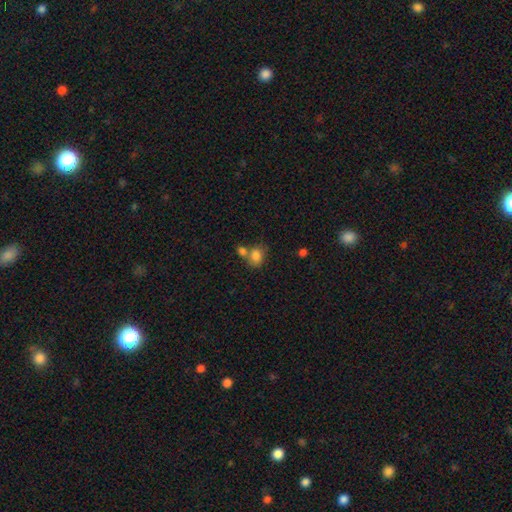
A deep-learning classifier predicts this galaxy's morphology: A smooth galaxy with no disk features (82%) that is in between round and cigar-shaped (54%). Merging: merger (43%).